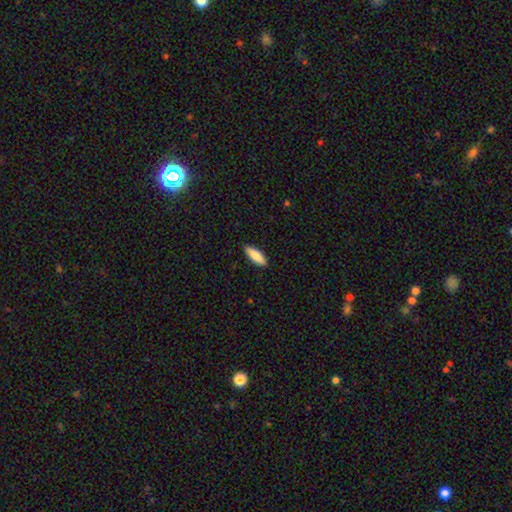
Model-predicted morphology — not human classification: The model was most divided on "how rounded": in between: 56%, cigar-shaped: 42%, round: 2%. More confident: merging — none (90%); smooth or featured — smooth (84%).